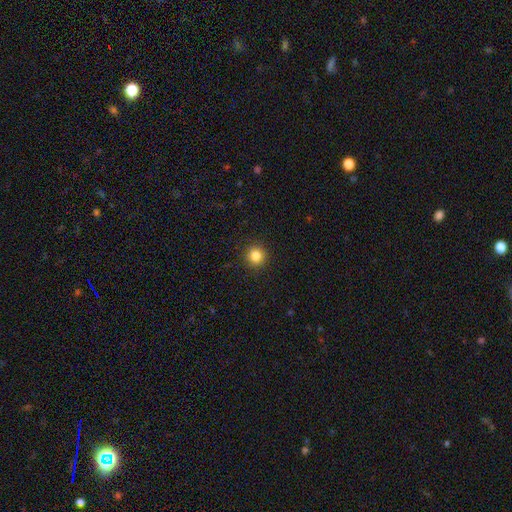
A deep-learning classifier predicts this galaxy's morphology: A smooth galaxy with no disk features (84%) that is round (95%).

Vote fractions:
- Smooth or featured? smooth: 84% / star or artifact: 12% / featured or disk: 5%
- How rounded? round: 95% / in between: 5% / cigar-shaped: 1%
- Merging? none: 92% / minor disturbance: 5% / major disturbance: 2% / merger: 1%